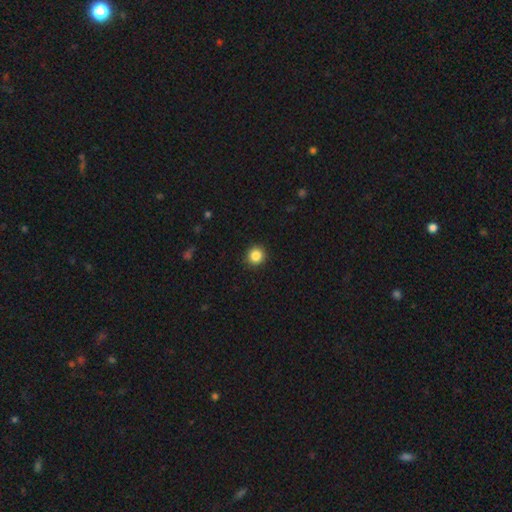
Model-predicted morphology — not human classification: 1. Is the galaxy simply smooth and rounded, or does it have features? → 86% smooth, 10% star or artifact, 4% featured or disk.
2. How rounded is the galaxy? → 92% round, 7% in between, 1% cigar-shaped.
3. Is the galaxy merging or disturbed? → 93% none, 5% minor disturbance, 2% major disturbance, 1% merger.